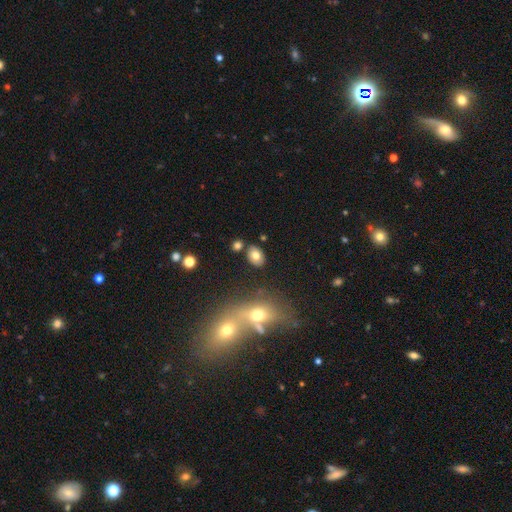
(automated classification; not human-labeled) smooth-or-featured: smooth: 75% | featured or disk: 15% | star or artifact: 11%
  how-rounded: in between: 75% | round: 24% | cigar-shaped: 1%
  merging: none: 80% | minor disturbance: 11% | merger: 6% | major disturbance: 3%